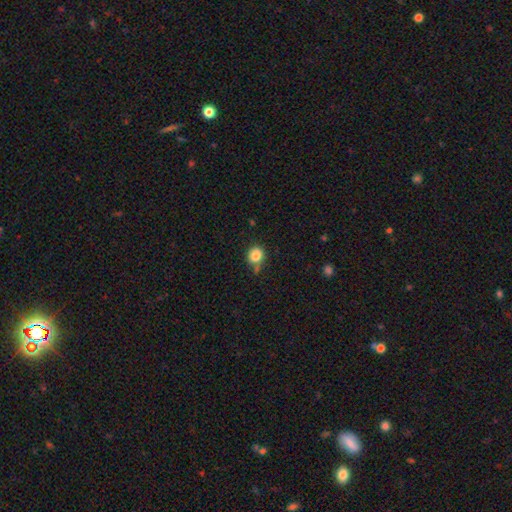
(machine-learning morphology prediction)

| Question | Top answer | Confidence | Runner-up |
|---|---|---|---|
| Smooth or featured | smooth | 84% | star or artifact (10%) |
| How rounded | round | 81% | in between (18%) |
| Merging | none | 68% | minor disturbance (18%) |